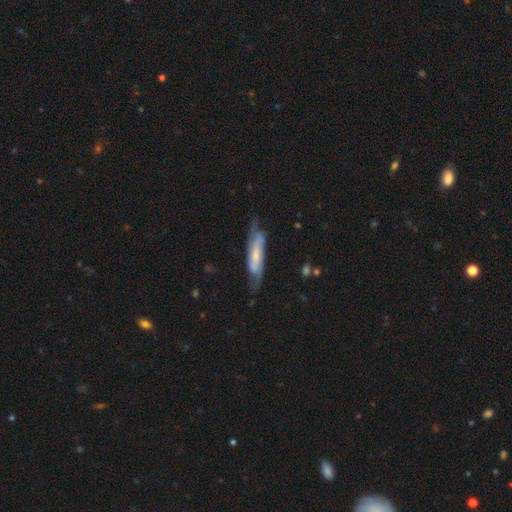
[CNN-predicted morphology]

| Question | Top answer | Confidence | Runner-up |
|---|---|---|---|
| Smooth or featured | featured or disk | 64% | smooth (30%) |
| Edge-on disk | no | 67% | yes (33%) |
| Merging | none | 61% | minor disturbance (24%) |